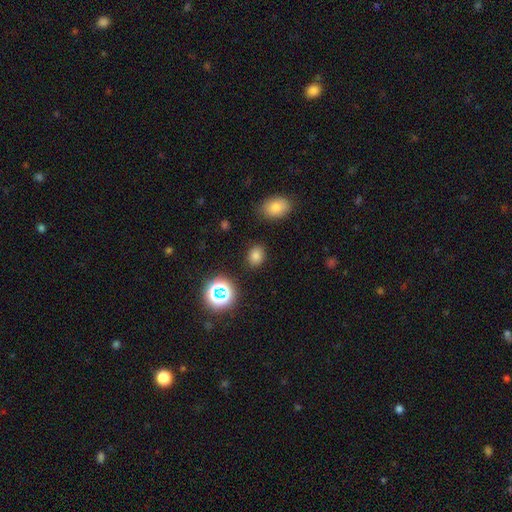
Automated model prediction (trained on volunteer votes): Smooth or featured: smooth — 77% (star or artifact — 17%)
How rounded: in between — 51% (round — 48%)
Merging: none — 86% (minor disturbance — 8%)